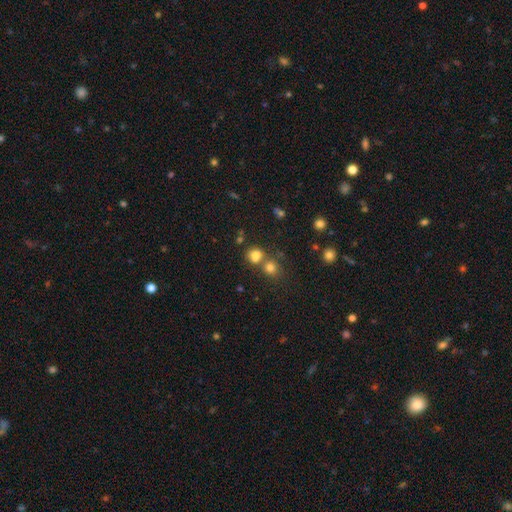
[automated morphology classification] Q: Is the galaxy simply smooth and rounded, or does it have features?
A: smooth — 78%.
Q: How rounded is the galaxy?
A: round — 78%.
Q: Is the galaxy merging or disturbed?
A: none — 54%.